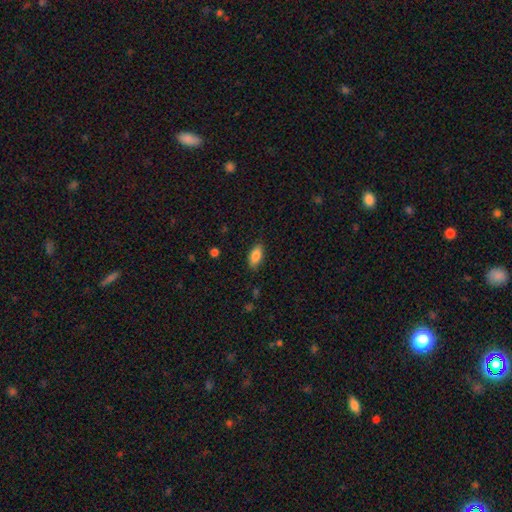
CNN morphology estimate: Overall: smooth (85%). How rounded: in between (89%). Merging: none (84%).